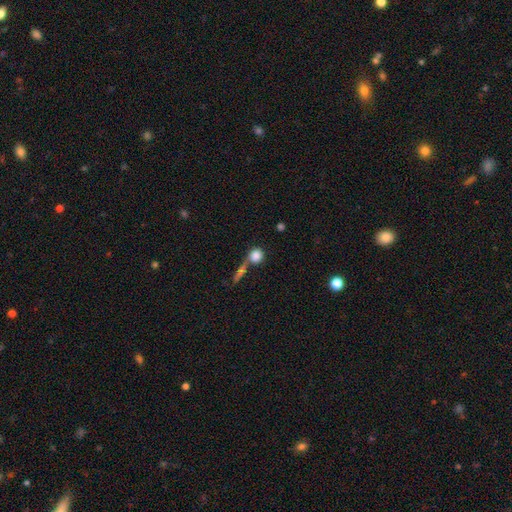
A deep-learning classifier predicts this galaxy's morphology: The model was most divided on "merging": none: 49%, merger: 34%, minor disturbance: 11%, major disturbance: 6%. More confident: how rounded — round (84%); smooth or featured — smooth (79%).